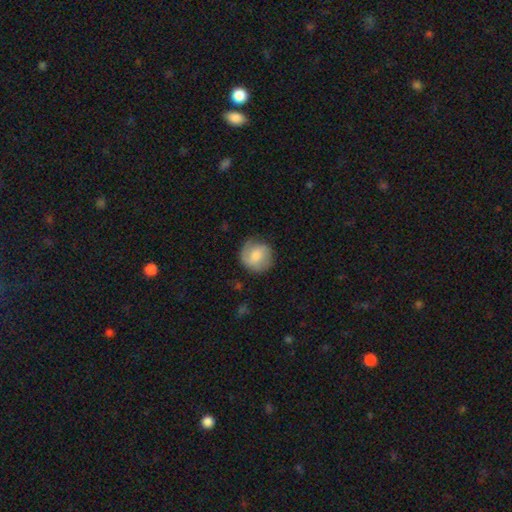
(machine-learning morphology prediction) A smooth galaxy with no disk features (56%) that is round (90%). Merging: none (77%).